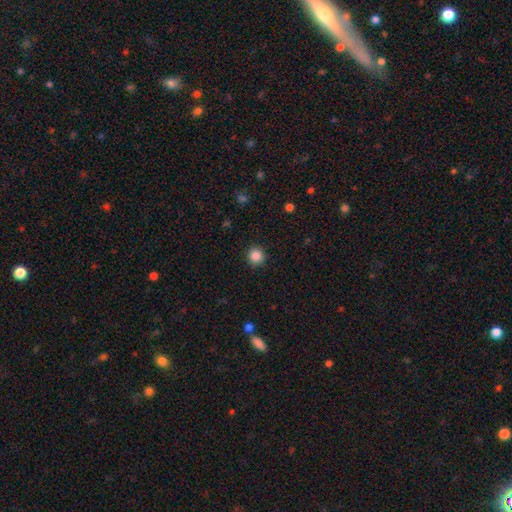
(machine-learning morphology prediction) Q: Smooth or featured?
A: smooth (86%); runner-up: star or artifact (10%)
Q: How rounded?
A: round (94%); runner-up: in between (5%)
Q: Merging?
A: none (92%); runner-up: minor disturbance (5%)